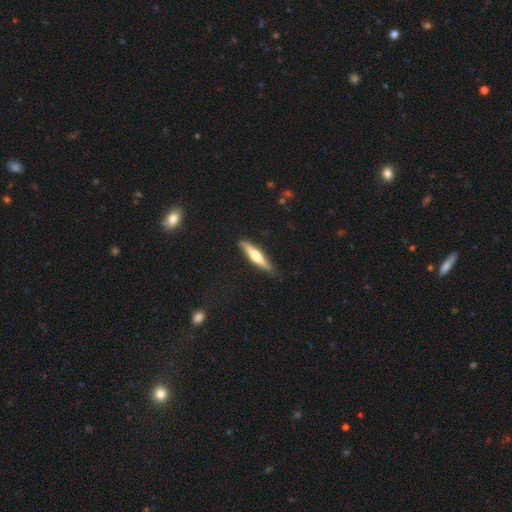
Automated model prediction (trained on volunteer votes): A featured or disk galaxy (53%) viewed edge-on (94%).

Vote fractions:
- Smooth or featured? featured or disk: 53% / smooth: 42% / star or artifact: 5%
- Edge-on disk? yes: 94% / no: 6%
- Merging? none: 84% / minor disturbance: 13% / major disturbance: 2% / merger: 1%